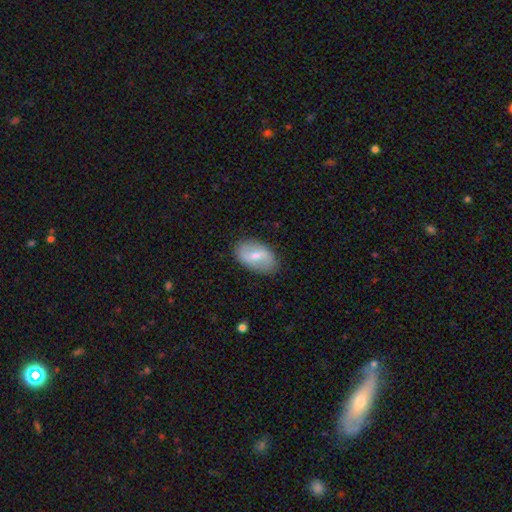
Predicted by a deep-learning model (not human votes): This is possibly a smooth galaxy (52%). How rounded: clearly in between (91%). Merging: clearly none (83%).